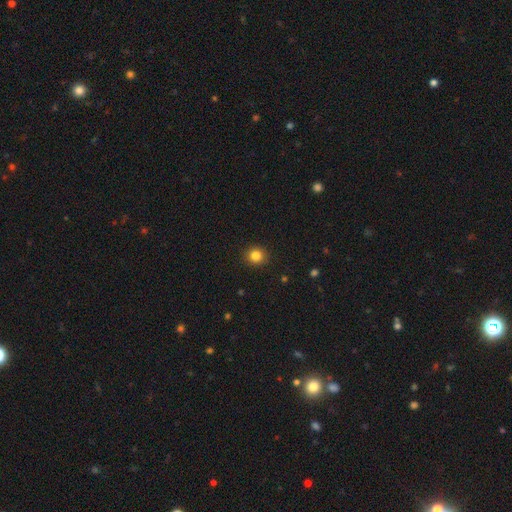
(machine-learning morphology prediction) smooth_or_featured: smooth (p=0.84) [alt: star or artifact p=0.12]
how_rounded: round (p=0.89) [alt: in between p=0.10]
merging: none (p=0.92) [alt: minor disturbance p=0.06]